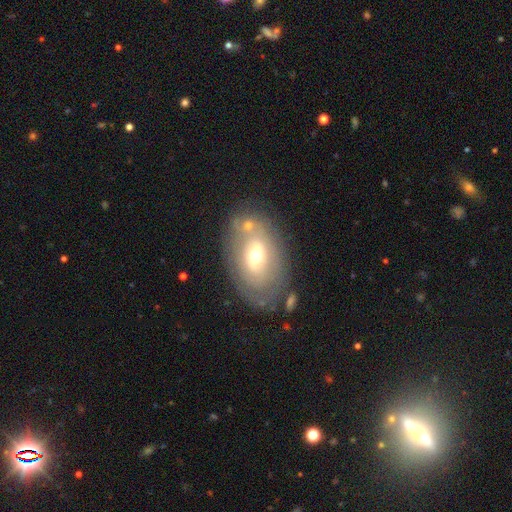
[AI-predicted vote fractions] Morphology: type=featured or disk (49%); merging=none (65%).